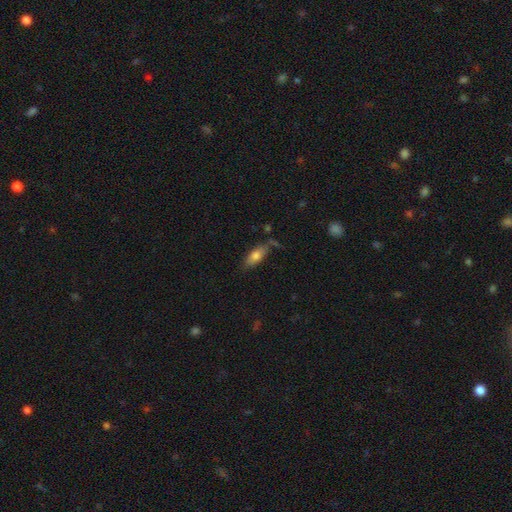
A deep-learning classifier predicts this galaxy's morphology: smooth-or-featured: smooth: 73% | featured or disk: 19% | star or artifact: 7%
  how-rounded: in between: 78% | cigar-shaped: 19% | round: 3%
  merging: none: 61% | minor disturbance: 22% | merger: 9% | major disturbance: 7%